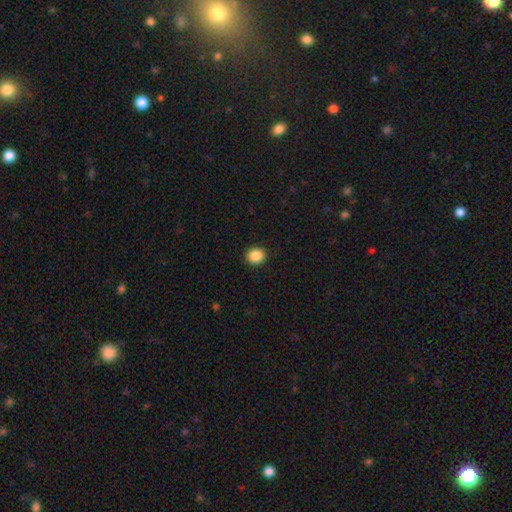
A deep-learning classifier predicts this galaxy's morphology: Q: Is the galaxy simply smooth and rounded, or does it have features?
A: smooth — 88%.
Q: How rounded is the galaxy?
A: round — 81%.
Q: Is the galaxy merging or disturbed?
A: none — 92%.